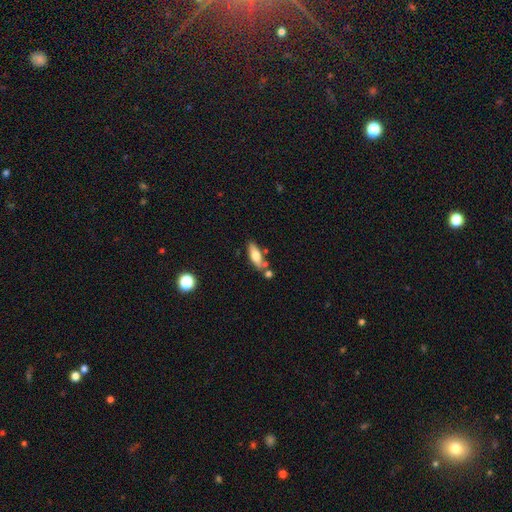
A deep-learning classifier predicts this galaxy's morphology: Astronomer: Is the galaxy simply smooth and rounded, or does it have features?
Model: smooth — 65%.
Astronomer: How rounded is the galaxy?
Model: in between — 58% (runner-up: cigar-shaped, 40%).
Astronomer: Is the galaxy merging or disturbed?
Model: none — 65%.